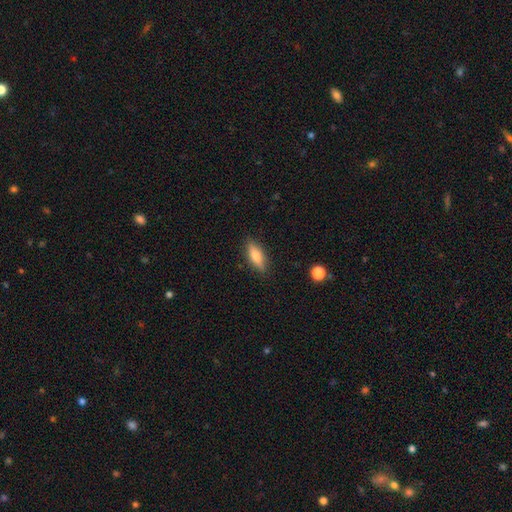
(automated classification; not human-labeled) This appears to be a smooth galaxy with no disk features (72%) that is in between round and cigar-shaped (58%). Merging: none (86%).